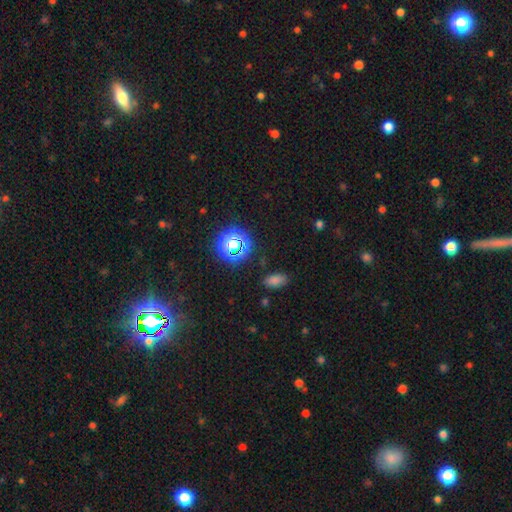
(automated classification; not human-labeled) Smooth or featured?
  - star or artifact: 70% *
  - smooth: 23%
  - featured or disk: 8%